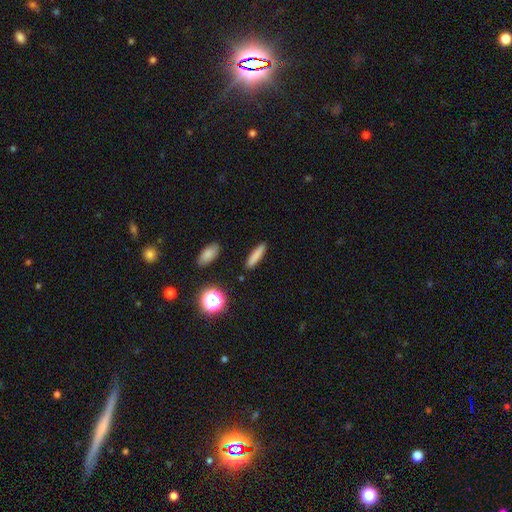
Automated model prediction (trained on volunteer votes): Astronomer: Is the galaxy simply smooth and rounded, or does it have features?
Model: smooth — 81%.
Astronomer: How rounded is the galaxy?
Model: cigar-shaped — 81%.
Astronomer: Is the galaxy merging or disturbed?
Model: none — 90%.